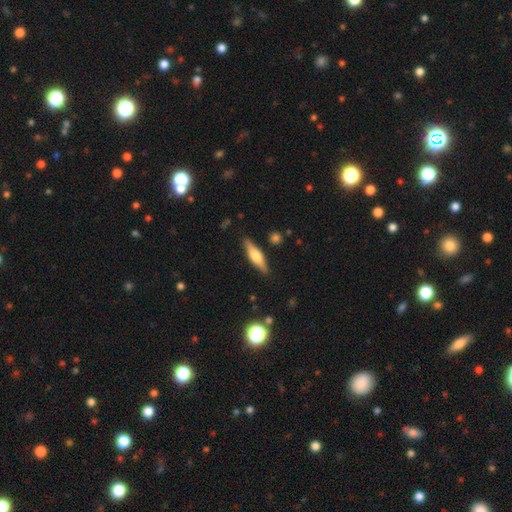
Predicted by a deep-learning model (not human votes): smooth-or-featured: featured or disk: 54% | smooth: 40% | star or artifact: 6%
  disk-edge-on: yes: 94% | no: 6%
    edge-on-bulge: rounded: 85% | boxy: 12% | none: 3%
  merging: none: 87% | minor disturbance: 9% | major disturbance: 2% | merger: 2%